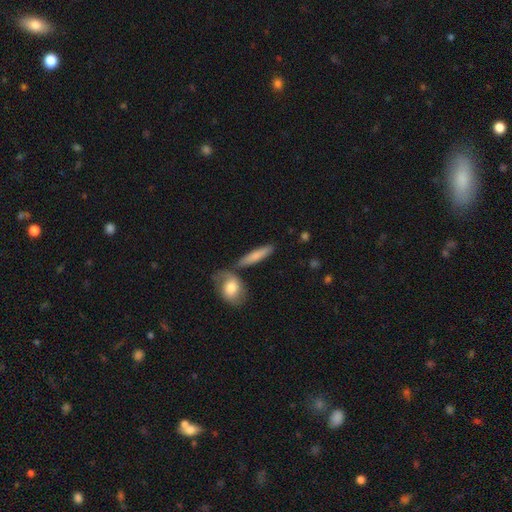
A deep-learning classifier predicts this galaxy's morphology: A smooth galaxy with no disk features (73%) that is cigar-shaped (75%).

Vote fractions:
- Smooth or featured? smooth: 73% / featured or disk: 21% / star or artifact: 6%
- How rounded? cigar-shaped: 75% / in between: 21% / round: 4%
- Merging? none: 71% / merger: 13% / minor disturbance: 12% / major disturbance: 4%